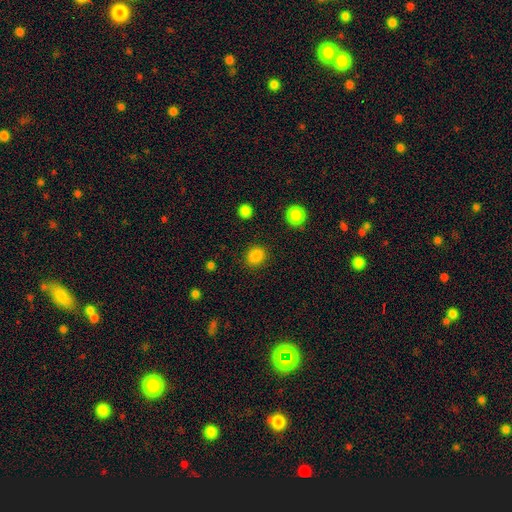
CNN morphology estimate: Q: Smooth or featured?
A: smooth (86%); runner-up: star or artifact (11%)
Q: How rounded?
A: round (69%); runner-up: in between (30%)
Q: Merging?
A: none (89%); runner-up: minor disturbance (7%)